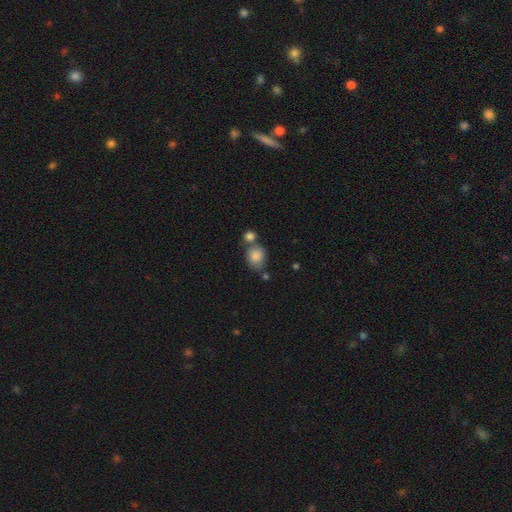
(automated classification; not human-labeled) smooth-or-featured: smooth: 85% | star or artifact: 8% | featured or disk: 7%
  how-rounded: round: 52% | in between: 46% | cigar-shaped: 1%
  merging: none: 50% | merger: 31% | minor disturbance: 15% | major disturbance: 5%